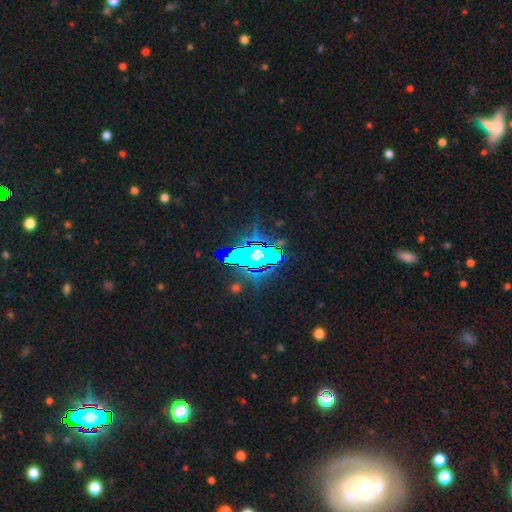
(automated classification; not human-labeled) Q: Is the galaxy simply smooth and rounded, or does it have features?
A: star or artifact — 61%.